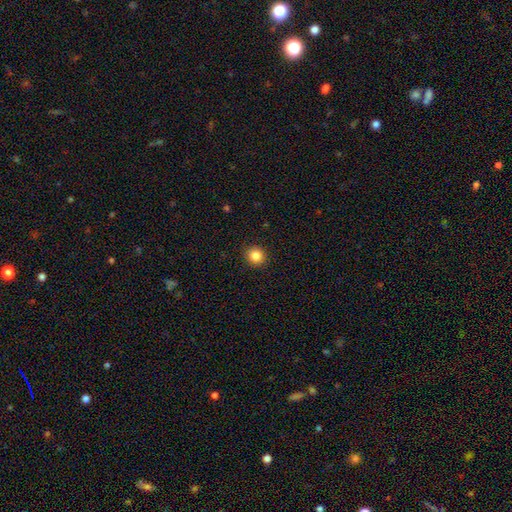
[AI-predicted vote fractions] A smooth galaxy with no disk features (85%) that is round (88%).

Vote fractions:
- Smooth or featured? smooth: 85% / star or artifact: 10% / featured or disk: 4%
- How rounded? round: 88% / in between: 11% / cigar-shaped: 1%
- Merging? none: 91% / minor disturbance: 6% / major disturbance: 2% / merger: 1%